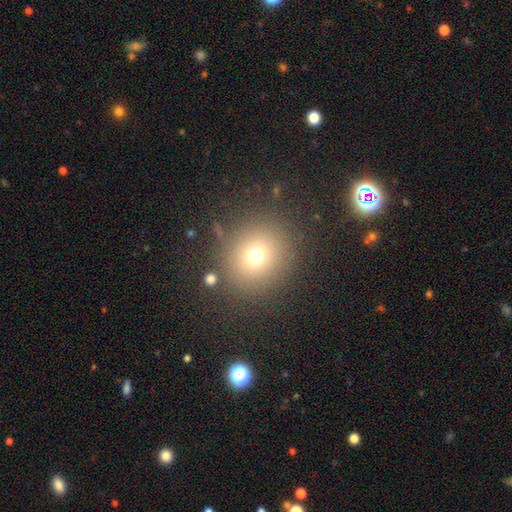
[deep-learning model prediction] Q: Smooth or featured?
A: smooth (70%); runner-up: star or artifact (18%)
Q: How rounded?
A: round (84%); runner-up: in between (15%)
Q: Merging?
A: none (84%); runner-up: minor disturbance (8%)